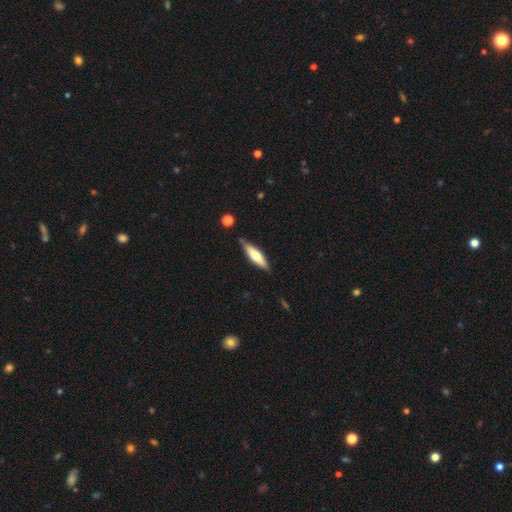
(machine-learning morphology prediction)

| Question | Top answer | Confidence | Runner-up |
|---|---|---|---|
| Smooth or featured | smooth | 51% | featured or disk (43%) |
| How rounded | cigar-shaped | 66% | in between (32%) |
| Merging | none | 80% | minor disturbance (14%) |